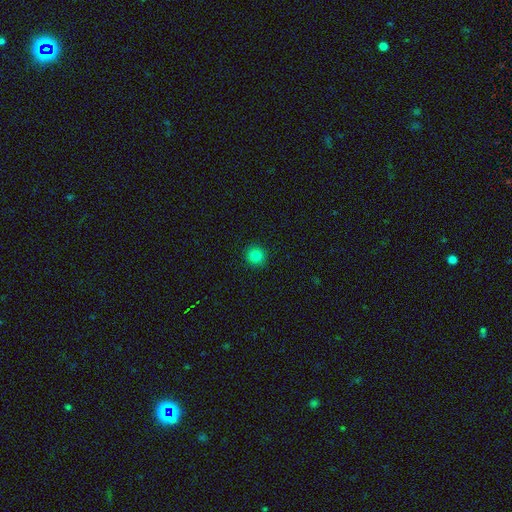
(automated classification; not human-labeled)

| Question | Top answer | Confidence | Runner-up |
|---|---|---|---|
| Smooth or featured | smooth | 83% | star or artifact (13%) |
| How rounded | round | 94% | in between (5%) |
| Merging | none | 93% | minor disturbance (5%) |